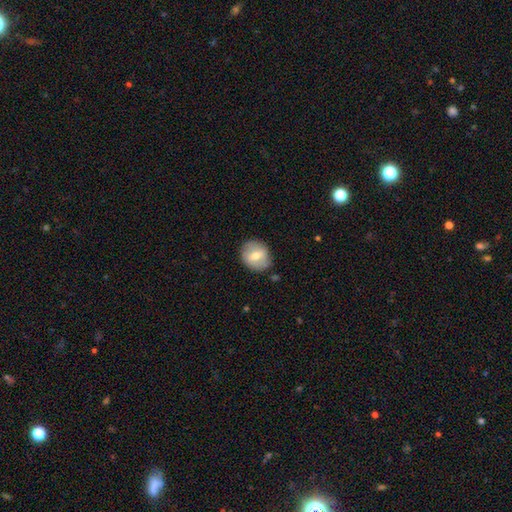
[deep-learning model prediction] Smooth or featured: smooth — 57% (featured or disk — 36%)
How rounded: round — 70% (in between — 29%)
Merging: none — 83% (minor disturbance — 13%)